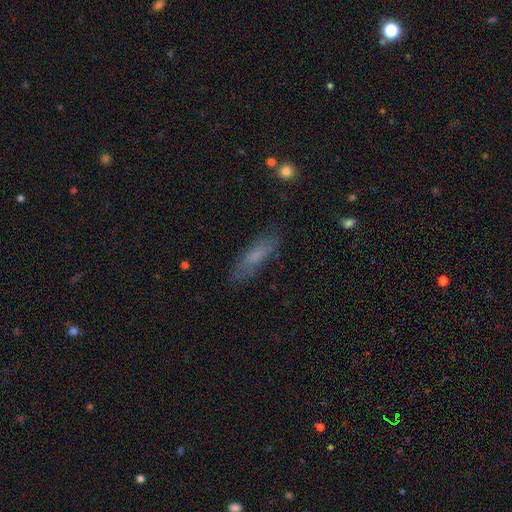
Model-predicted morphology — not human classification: Q: Smooth or featured?
A: smooth (63%); runner-up: featured or disk (28%)
Q: How rounded?
A: cigar-shaped (63%); runner-up: in between (34%)
Q: Merging?
A: none (79%); runner-up: minor disturbance (15%)